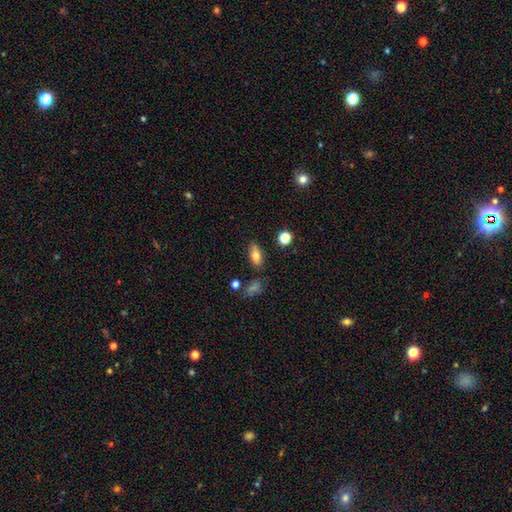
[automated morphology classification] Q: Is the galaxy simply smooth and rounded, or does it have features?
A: smooth — 79%.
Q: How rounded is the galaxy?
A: in between — 86%.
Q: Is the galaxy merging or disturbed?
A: none — 81%.